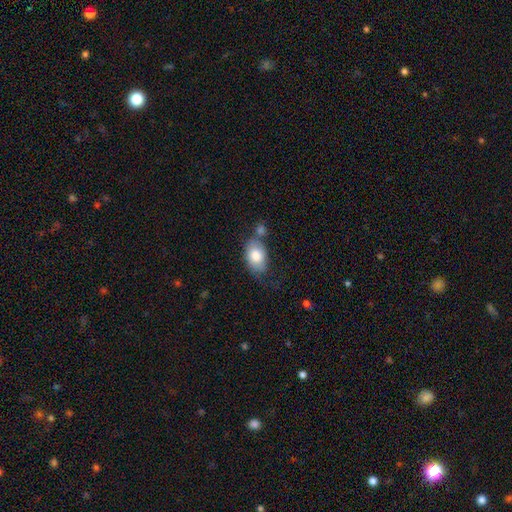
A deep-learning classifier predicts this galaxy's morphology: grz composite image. It shows a smooth galaxy with no disk features (80%) that is in between round and cigar-shaped (85%). Merging: none (47%).